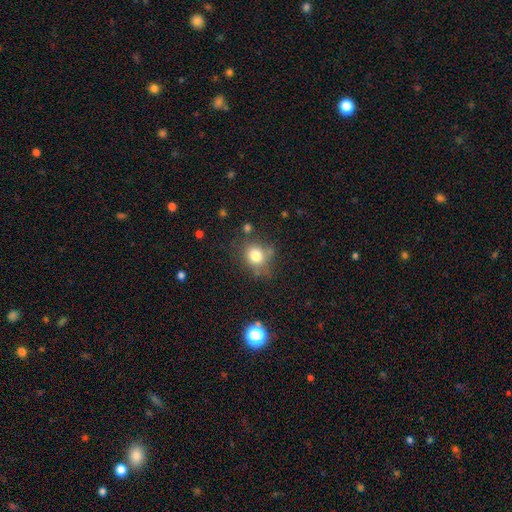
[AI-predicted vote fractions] Overall: smooth (78%). How rounded: round (73%). Merging: none (65%).